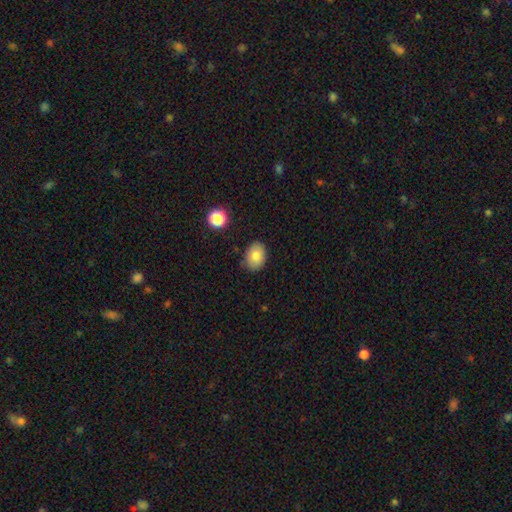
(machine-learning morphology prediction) Smooth or featured? Predicted: smooth (p=0.80). How rounded? Predicted: in between (p=0.72). Merging? Predicted: none (p=0.82).